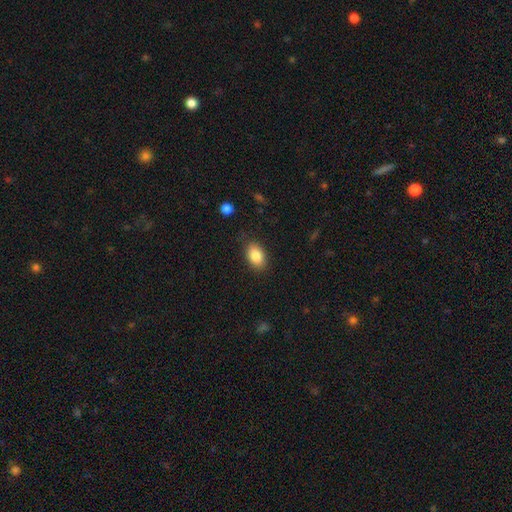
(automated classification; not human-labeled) smooth 85%, star or artifact 8%, featured or disk 7%. Down the decision tree: how rounded — in between (87%); merging — none (85%).